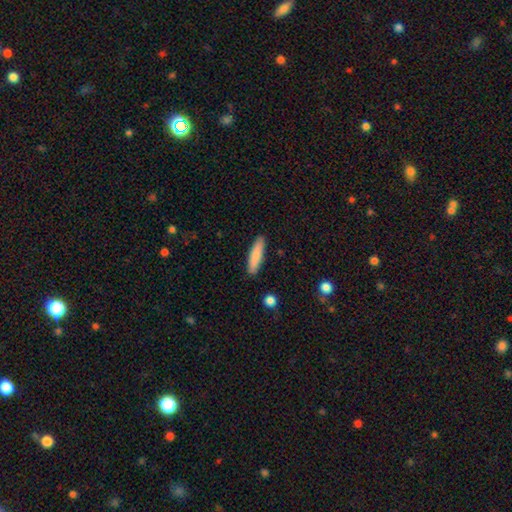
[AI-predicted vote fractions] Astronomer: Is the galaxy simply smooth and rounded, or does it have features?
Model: smooth — 83%.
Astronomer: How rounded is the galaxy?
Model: cigar-shaped — 77%.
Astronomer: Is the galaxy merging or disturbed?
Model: none — 88%.